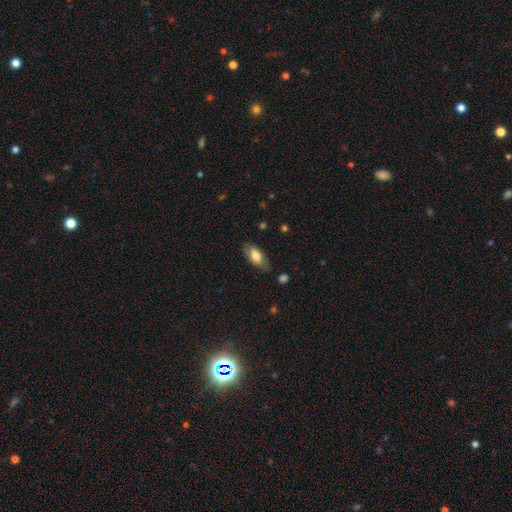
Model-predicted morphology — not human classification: Q: Smooth or featured?
A: smooth (72%); runner-up: featured or disk (22%)
Q: How rounded?
A: in between (86%); runner-up: cigar-shaped (12%)
Q: Merging?
A: none (78%); runner-up: minor disturbance (17%)